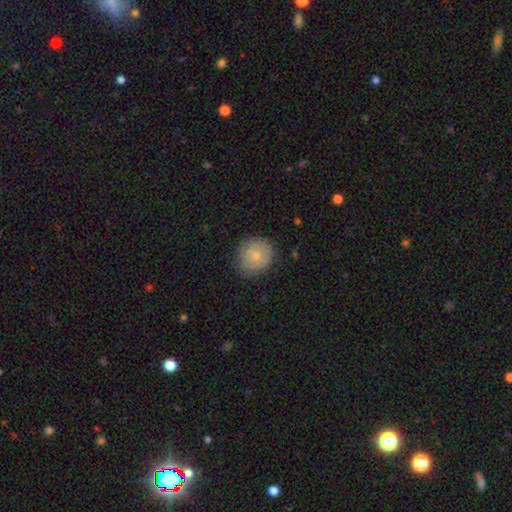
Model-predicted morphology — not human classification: A smooth galaxy with no disk features (71%) that is round (88%). Merging: none (76%).